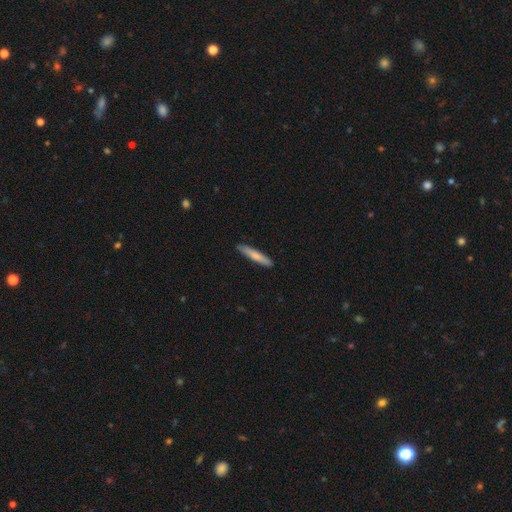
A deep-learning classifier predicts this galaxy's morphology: A smooth galaxy with no disk features (74%) that is cigar-shaped (93%).

Vote fractions:
- Smooth or featured? smooth: 74% / featured or disk: 21% / star or artifact: 5%
- How rounded? cigar-shaped: 93% / in between: 5% / round: 1%
- Merging? none: 89% / minor disturbance: 8% / major disturbance: 1% / merger: 1%